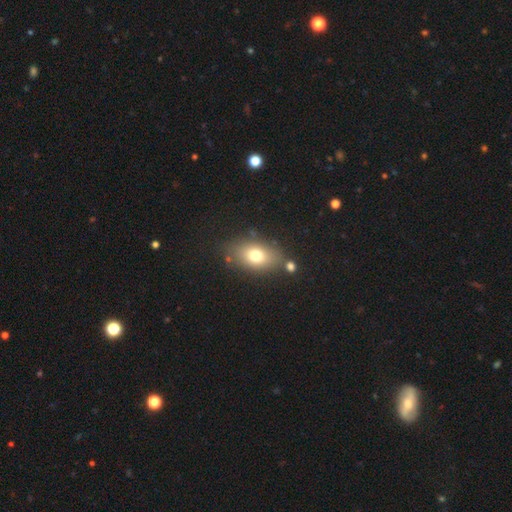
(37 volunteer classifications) smooth 73%, featured or disk 24%, star or artifact 3%. Down the decision tree: how rounded — in between (89%); merging — none (64%).